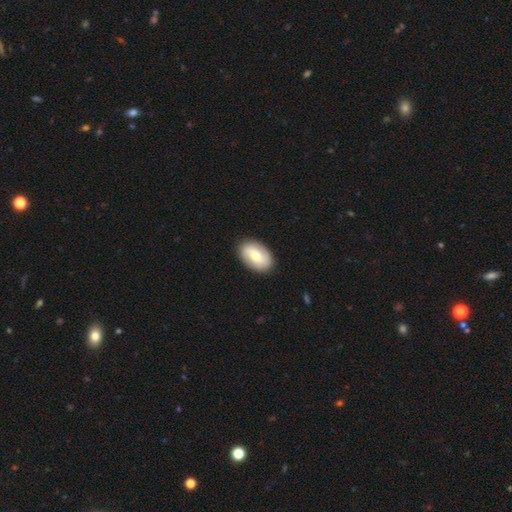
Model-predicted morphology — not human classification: A smooth galaxy with no disk features (59%) that is in between round and cigar-shaped (89%). Merging: none (89%).